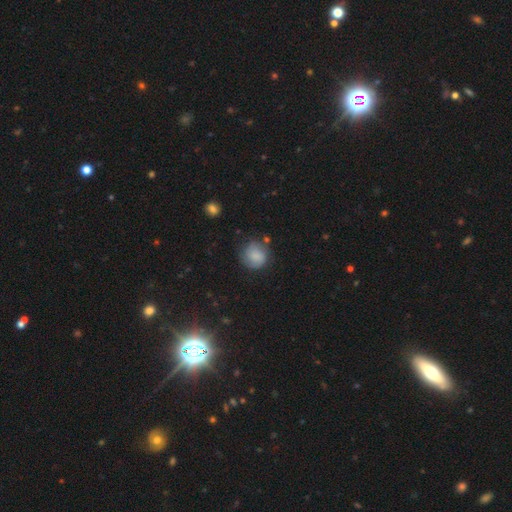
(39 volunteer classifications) Overall: smooth (51%; featured or disk 41%). How rounded: round (95%). Merging: none (81%).